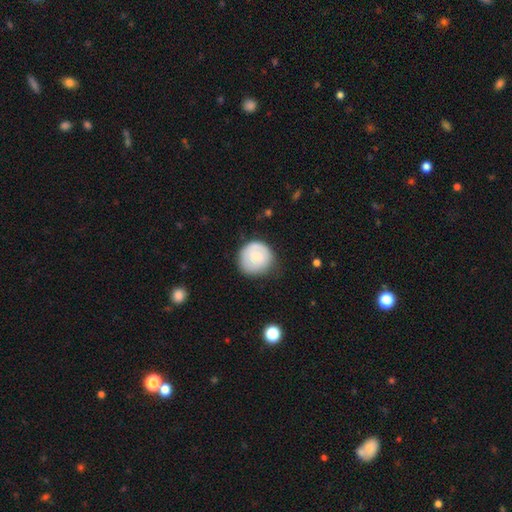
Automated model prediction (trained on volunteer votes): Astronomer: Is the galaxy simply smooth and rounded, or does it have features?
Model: smooth — 67%.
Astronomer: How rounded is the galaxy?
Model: round — 91%.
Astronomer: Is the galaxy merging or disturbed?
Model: none — 74%.